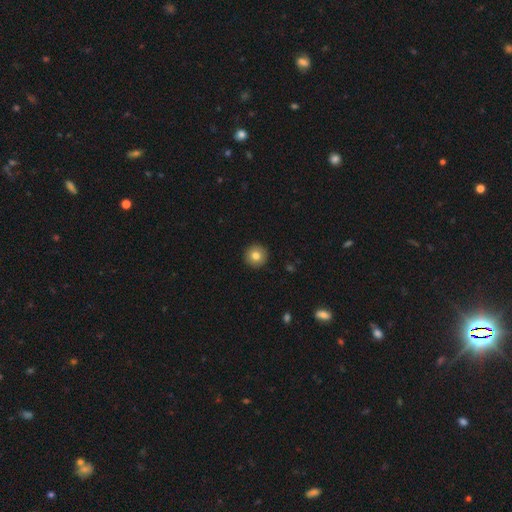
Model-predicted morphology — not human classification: Smooth or featured?
  - smooth: 81% *
  - featured or disk: 10%
  - star or artifact: 9%
How rounded?
  - round: 96% *
  - in between: 3%
  - cigar-shaped: 1%
Merging?
  - none: 93% *
  - minor disturbance: 4%
  - major disturbance: 1%
  - merger: 1%